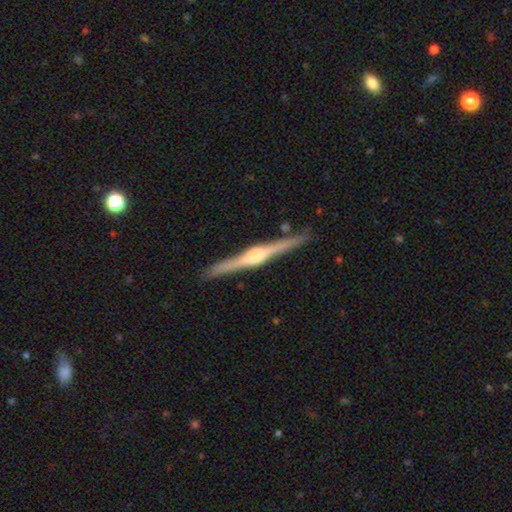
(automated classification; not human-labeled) Smooth or featured? featured or disk (83%)
Edge-on disk? yes (98%)
Edge-on bulge? rounded (79%)
Merging? none (89%)